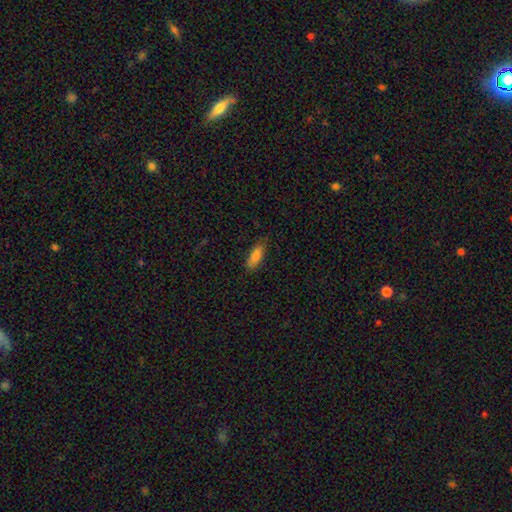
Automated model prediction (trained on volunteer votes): Overall: smooth (83%). How rounded: in between (66%; cigar-shaped 32%). Merging: none (80%).